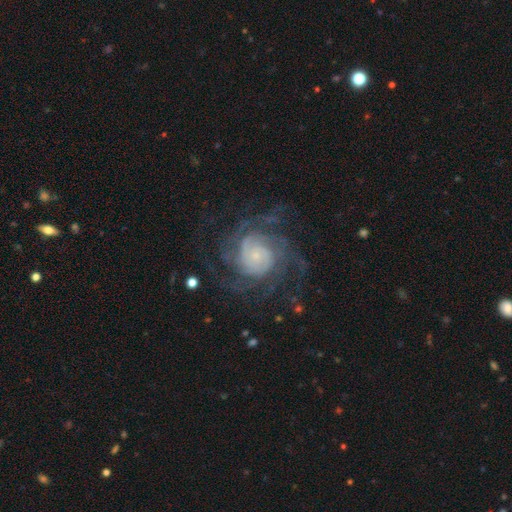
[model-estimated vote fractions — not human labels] This appears to be a featured or disk galaxy (84%) with no bar (75%), tight (61%) spiral arms (96%) and a small central bulge (68%). Merging: none (71%).